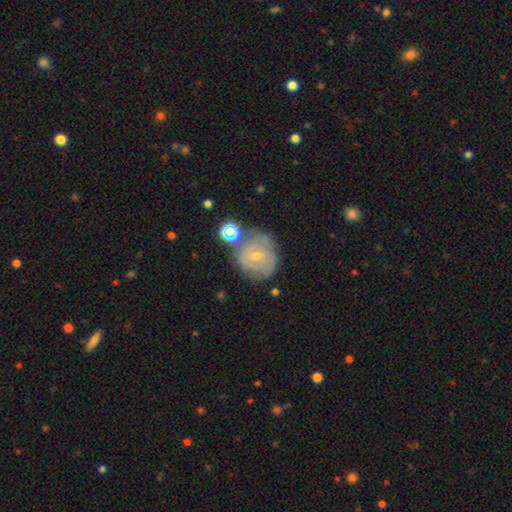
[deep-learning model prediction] Morphology: type=featured or disk (67%); edge-on=no (97%); bar=no (51%); spiral arms=yes (83%); winding=tight (66%); arm count=can't tell (42%); bulge=small (68%); merging=none (62%).